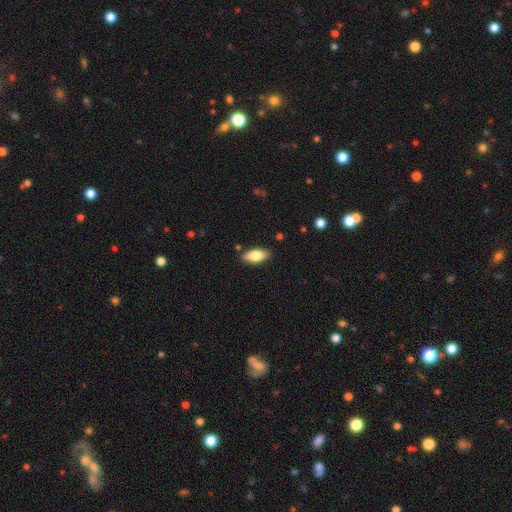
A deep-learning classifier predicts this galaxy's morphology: type=smooth (79%); roundness=in between (87%); merging=none (86%).